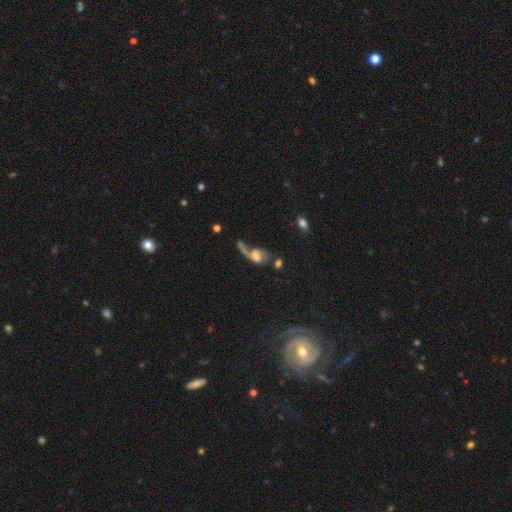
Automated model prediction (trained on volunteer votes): The model was most divided on "bulge size": moderate: 32%, none: 22%, small: 22%, large: 20%, dominant: 4%. Remaining: edge-on disk — no (93%); spiral arms — yes (76%); bar — no (61%); smooth or featured — featured or disk (60%); merging — major disturbance (39%).